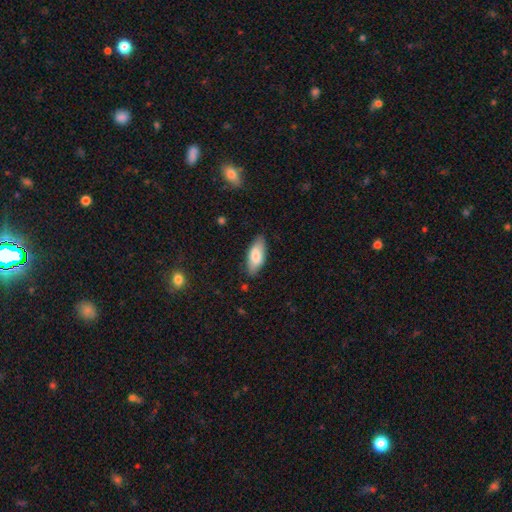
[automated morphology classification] Q: Smooth or featured?
A: smooth (77%); runner-up: featured or disk (17%)
Q: How rounded?
A: in between (83%); runner-up: cigar-shaped (15%)
Q: Merging?
A: none (81%); runner-up: minor disturbance (15%)